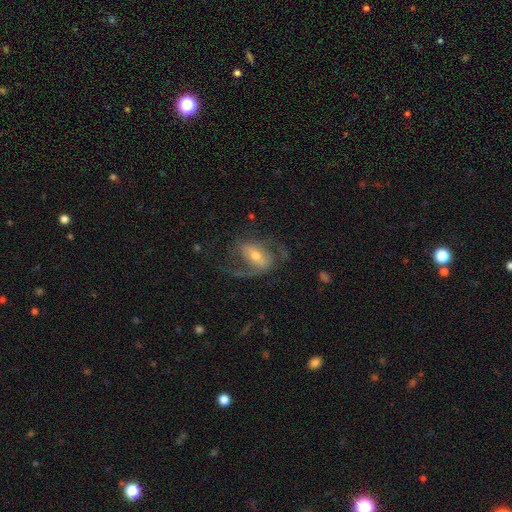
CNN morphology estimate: The model was most divided on "bar": strong: 40%, weak: 38%, no: 21%. Remaining: edge-on disk — no (95%); spiral arms — yes (89%); spiral arm count — 2 (81%); smooth or featured — featured or disk (78%); merging — none (57%); bulge size — moderate (56%); spiral winding — medium (48%).